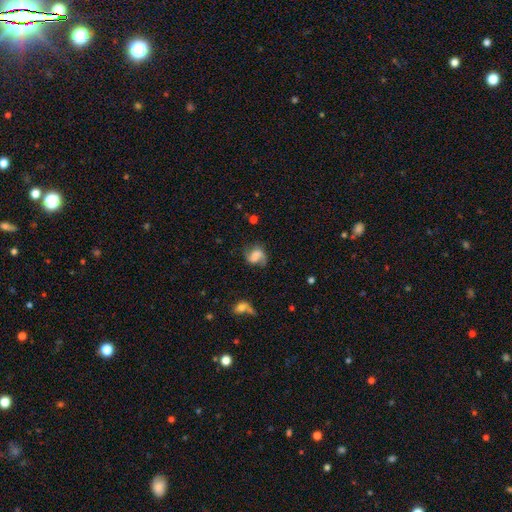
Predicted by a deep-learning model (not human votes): Smooth or featured?
  - featured or disk: 57% *
  - smooth: 34%
  - star or artifact: 10%
Edge-on disk?
  - no: 97% *
  - yes: 3%
Bar?
  - weak: 41% * (tied)
  - no: 41% * (tied)
  - strong: 17%
Spiral arms?
  - yes: 88% *
  - no: 12%
Bulge size?
  - none: 38% *
  - large: 20%
  - moderate: 19%
  - small: 18%
  - dominant: 5%
Merging?
  - none: 55% *
  - minor disturbance: 24%
  - major disturbance: 17%
  - merger: 4%